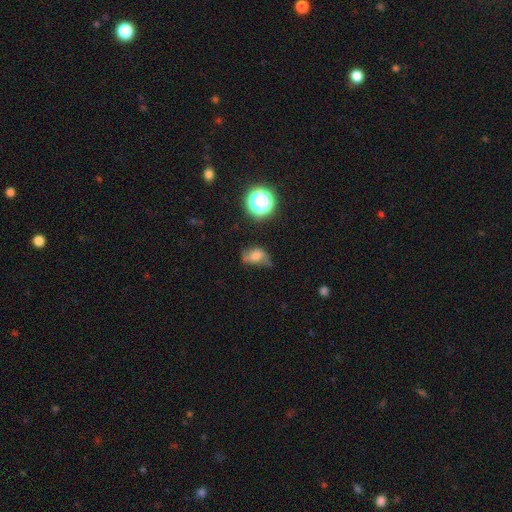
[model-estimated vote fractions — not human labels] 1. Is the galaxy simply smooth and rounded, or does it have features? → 55% smooth, 31% featured or disk, 15% star or artifact.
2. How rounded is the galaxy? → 72% in between, 26% round, 2% cigar-shaped.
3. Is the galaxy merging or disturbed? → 39% none, 37% minor disturbance, 20% major disturbance, 3% merger.